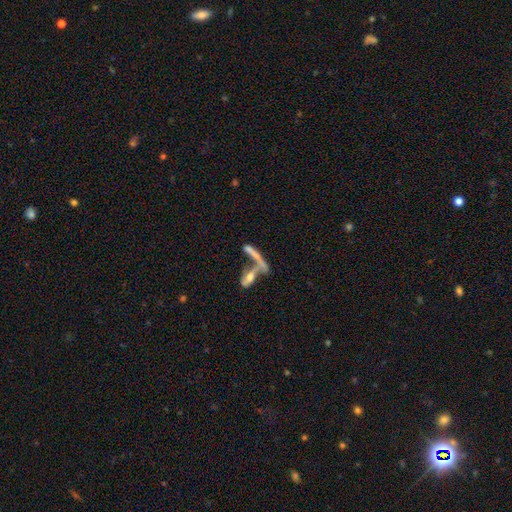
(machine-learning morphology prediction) smooth_or_featured: featured or disk (p=0.45) [alt: smooth p=0.43]
merging: merger (p=0.51) [alt: none p=0.30]